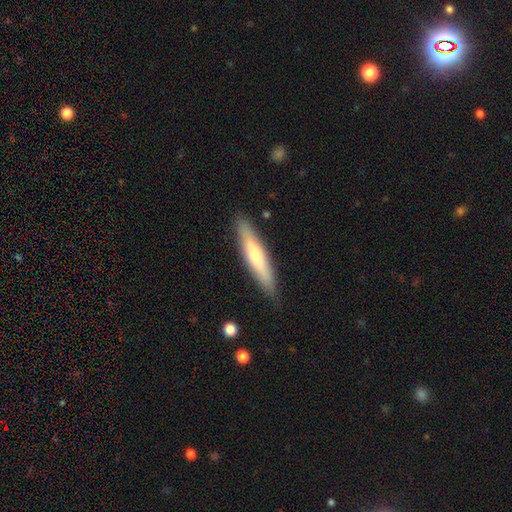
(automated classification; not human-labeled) Smooth or featured? smooth (63%)
How rounded? cigar-shaped (87%)
Merging? none (87%)